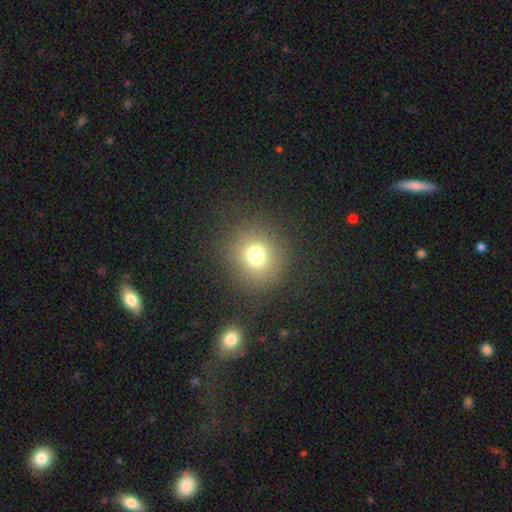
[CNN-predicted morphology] This is likely a smooth galaxy (72%). How rounded: clearly round (81%). Merging: clearly none (82%).